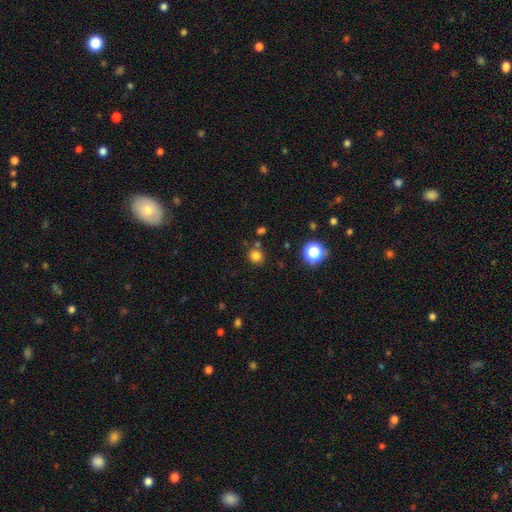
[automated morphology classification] A smooth galaxy with no disk features (79%) that is round (87%).

Vote fractions:
- Smooth or featured? smooth: 79% / star or artifact: 16% / featured or disk: 5%
- How rounded? round: 87% / in between: 12% / cigar-shaped: 1%
- Merging? none: 80% / minor disturbance: 9% / merger: 8% / major disturbance: 3%